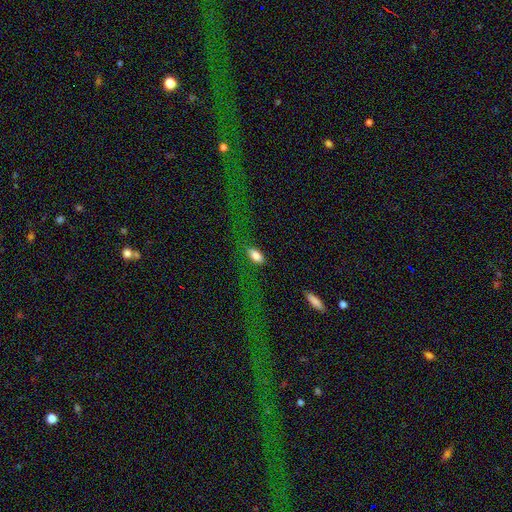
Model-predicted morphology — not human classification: Smooth or featured?
  - smooth: 85% *
  - star or artifact: 8%
  - featured or disk: 7%
How rounded?
  - in between: 90% *
  - cigar-shaped: 6%
  - round: 4%
Merging?
  - none: 78% *
  - minor disturbance: 13%
  - major disturbance: 7%
  - merger: 2%